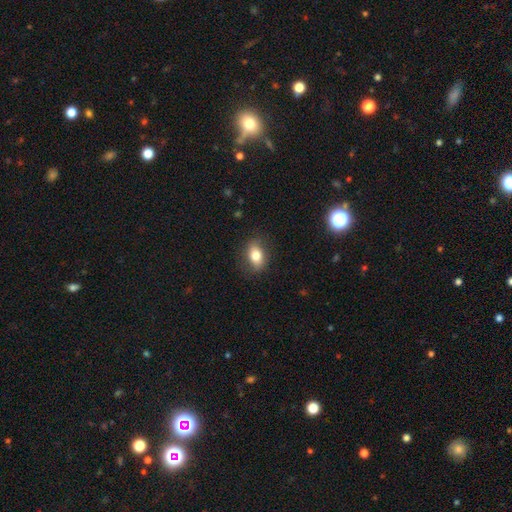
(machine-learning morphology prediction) type=smooth (76%); roundness=in between (79%); merging=none (83%).